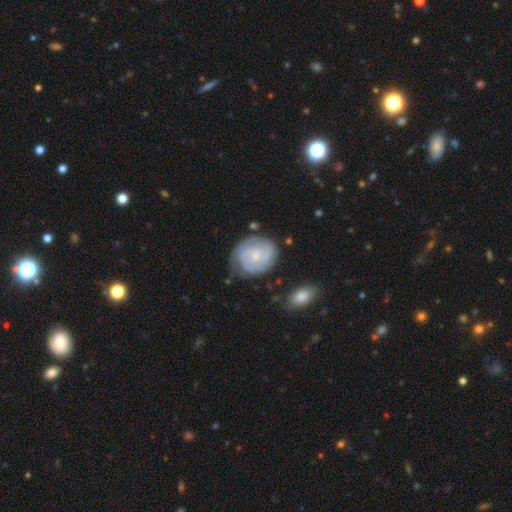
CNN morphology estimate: type=featured or disk (73%); edge-on=no (98%); bar=no (72%); spiral arms=yes (90%); winding=tight (65%); arm count=can't tell (37%); bulge=small (75%); merging=none (70%).